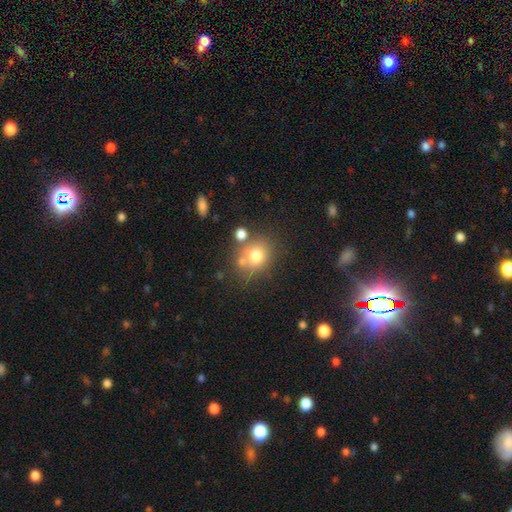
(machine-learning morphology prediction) Q: Smooth or featured?
A: smooth (72%); runner-up: featured or disk (15%)
Q: How rounded?
A: round (68%); runner-up: in between (31%)
Q: Merging?
A: none (58%); runner-up: merger (20%)